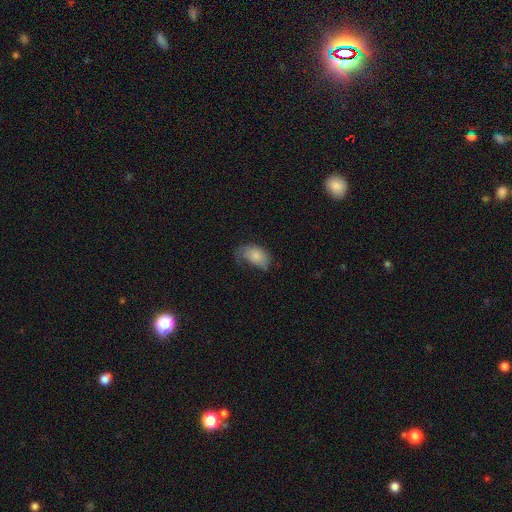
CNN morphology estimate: The model was most divided on "merging": none: 36%, minor disturbance: 35%, major disturbance: 28%, merger: 2%. More confident: how rounded — in between (91%); smooth or featured — smooth (76%).